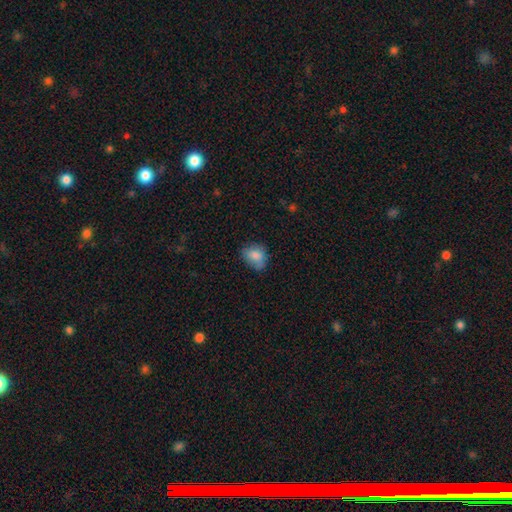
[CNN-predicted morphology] type=smooth (80%); roundness=in between (56%); merging=none (59%).